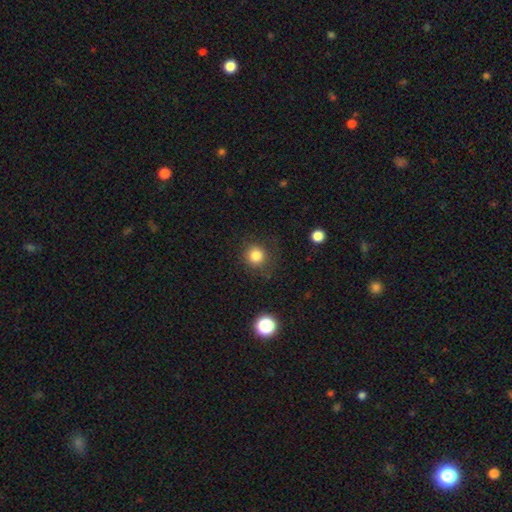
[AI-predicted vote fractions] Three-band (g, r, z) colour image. It shows a smooth galaxy with no disk features (83%) that is round (92%). Merging: none (84%).